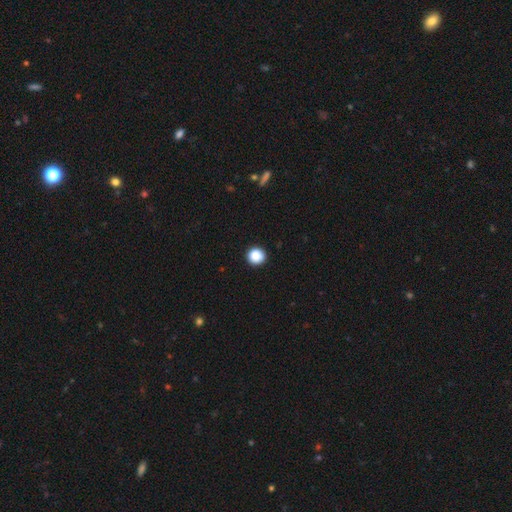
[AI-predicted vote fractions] smooth_or_featured: smooth (p=0.87) [alt: star or artifact p=0.10]
how_rounded: round (p=0.95) [alt: in between p=0.04]
merging: none (p=0.93) [alt: minor disturbance p=0.05]